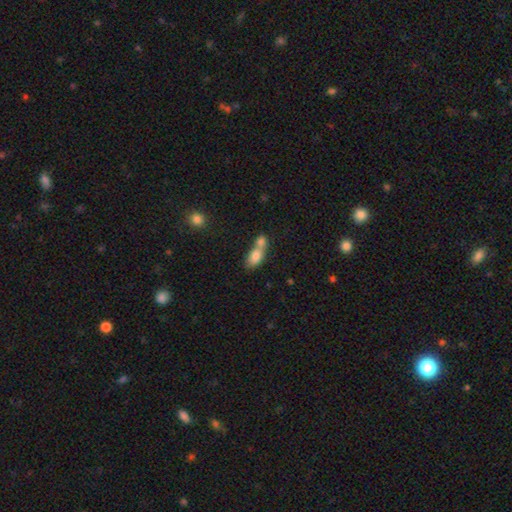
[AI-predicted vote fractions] This is likely a smooth galaxy (79%). How rounded: clearly in between (82%). Merging: likely merger (65%).